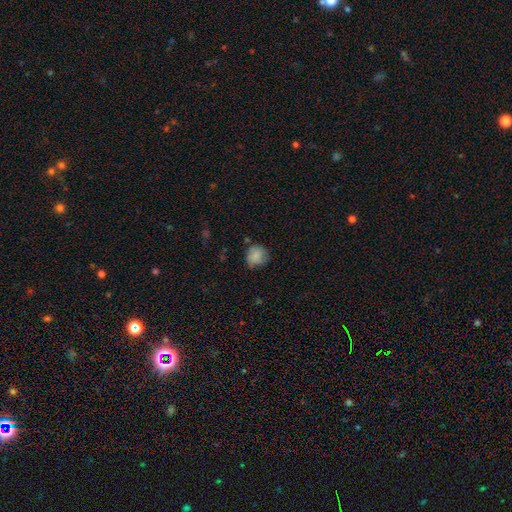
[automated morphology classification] This is clearly a smooth galaxy (81%). How rounded: clearly round (84%). Merging: likely none (64%).